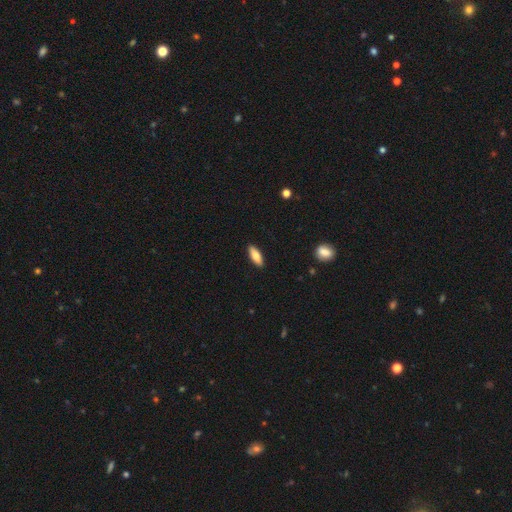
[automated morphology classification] Smooth or featured? smooth (75%)
How rounded? in between (66%)
Merging? none (90%)